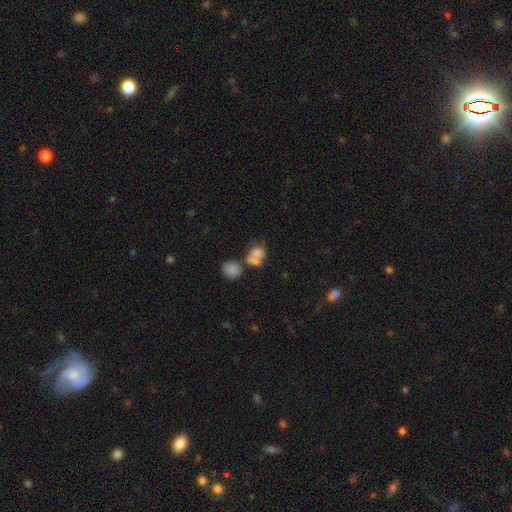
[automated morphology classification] Smooth or featured? smooth (72%)
How rounded? in between (53%)
Merging? merger (58%)